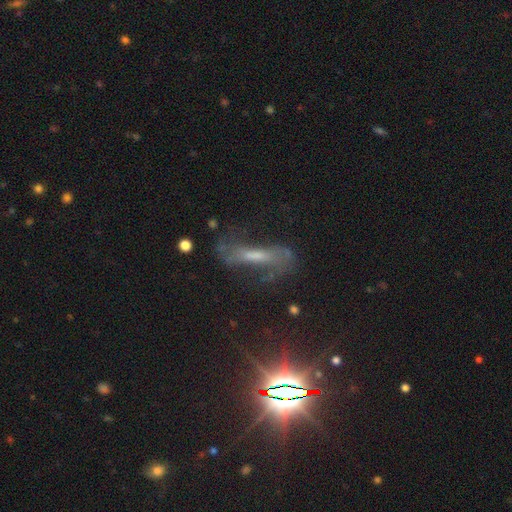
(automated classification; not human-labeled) This is possibly a featured or disk galaxy (58%). It is likely not viewed edge-on (69%). Merging: possibly none (49%).